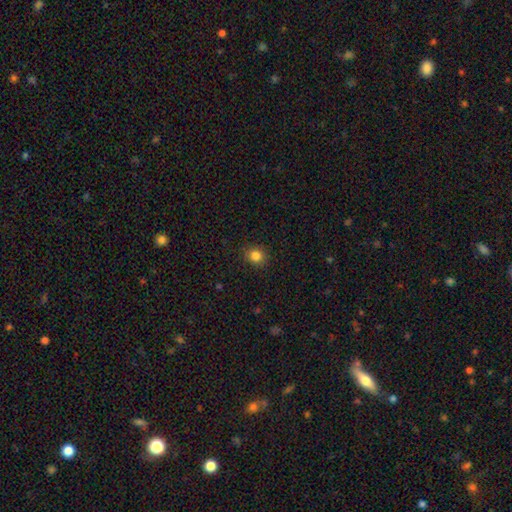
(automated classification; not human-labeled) Smooth or featured? smooth (84%)
How rounded? round (83%)
Merging? none (90%)